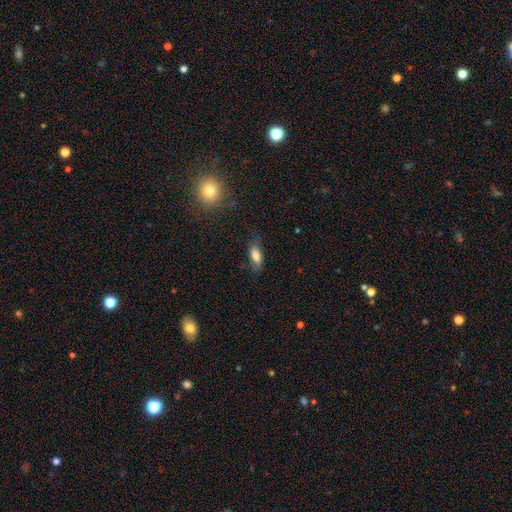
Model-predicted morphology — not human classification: This is likely a smooth galaxy (75%). How rounded: likely in between (74%). Merging: likely none (63%).